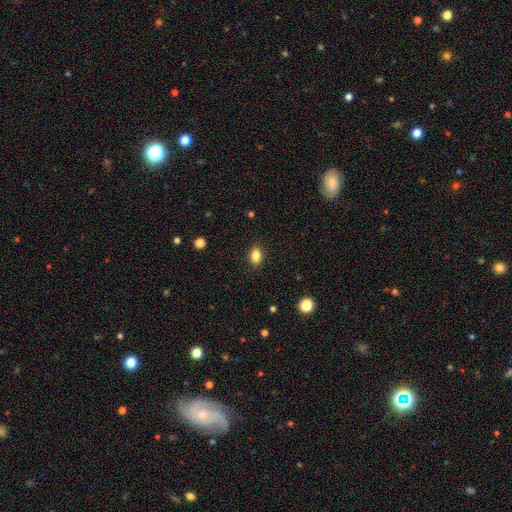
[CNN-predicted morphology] Smooth or featured? Predicted: smooth (p=0.84). How rounded? Predicted: in between (p=0.82). Merging? Predicted: none (p=0.89).